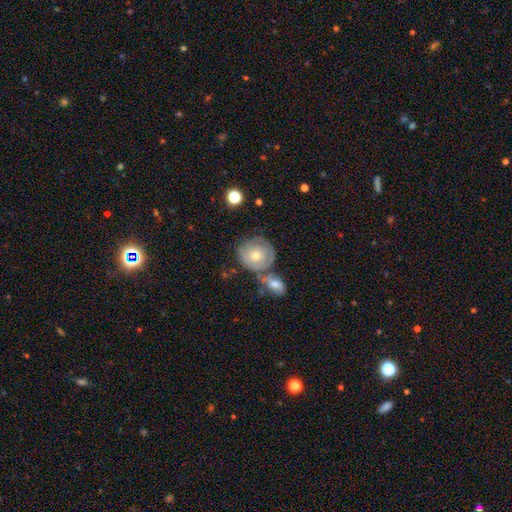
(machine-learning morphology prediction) Q: Smooth or featured?
A: smooth (52%); runner-up: featured or disk (41%)
Q: How rounded?
A: round (83%); runner-up: in between (16%)
Q: Merging?
A: none (45%); runner-up: merger (30%)